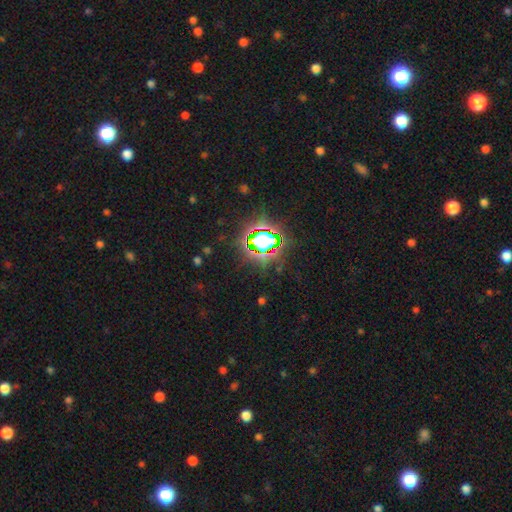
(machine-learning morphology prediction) This appears to be a star or artifact, not a galaxy (79%).